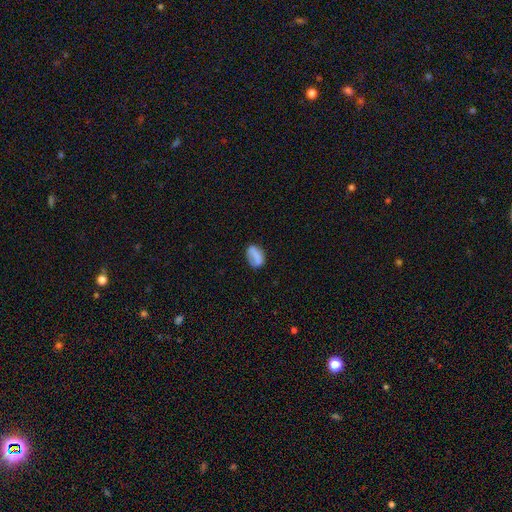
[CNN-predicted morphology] The model was most divided on "merging": none: 62%, minor disturbance: 24%, major disturbance: 10%, merger: 4%. More confident: how rounded — in between (83%); smooth or featured — smooth (73%).